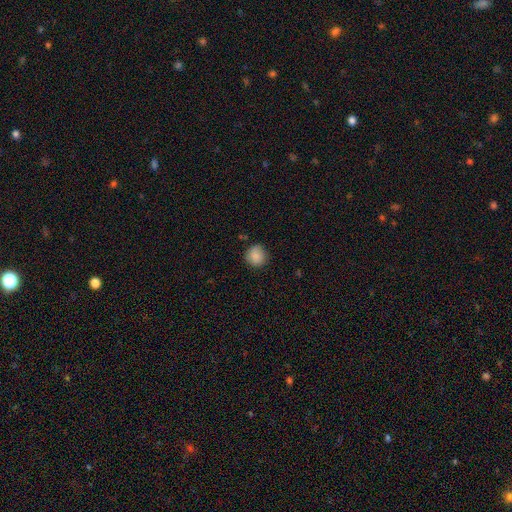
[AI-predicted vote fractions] smooth 87%, star or artifact 9%, featured or disk 5%. Down the decision tree: how rounded — round (92%); merging — none (84%).